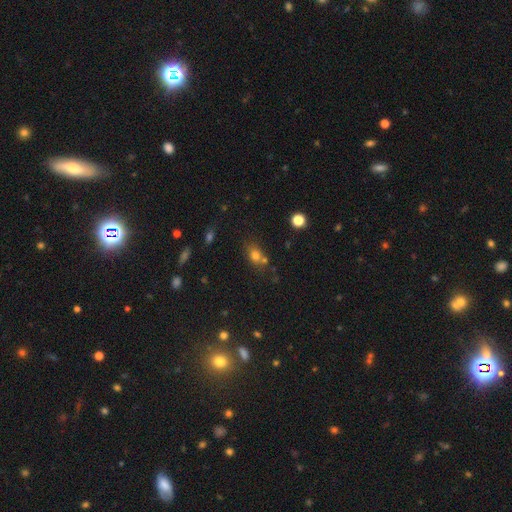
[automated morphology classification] Smooth or featured? Predicted: smooth (p=0.72). How rounded? Predicted: round (p=0.52). Merging? Predicted: none (p=0.53).